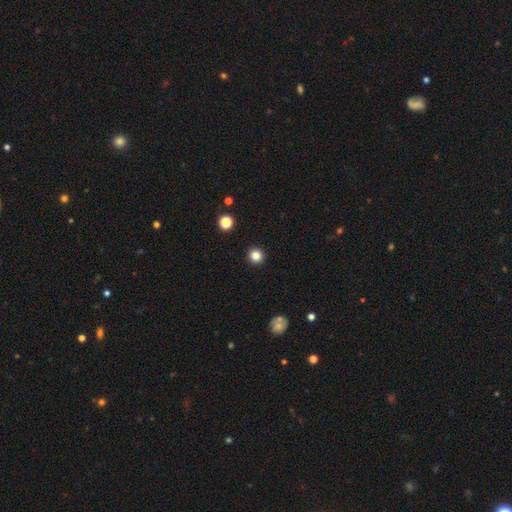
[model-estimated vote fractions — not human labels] A smooth galaxy with no disk features (84%) that is round (95%).

Vote fractions:
- Smooth or featured? smooth: 84% / star or artifact: 12% / featured or disk: 4%
- How rounded? round: 95% / in between: 4% / cigar-shaped: 1%
- Merging? none: 94% / minor disturbance: 4% / major disturbance: 2% / merger: 1%